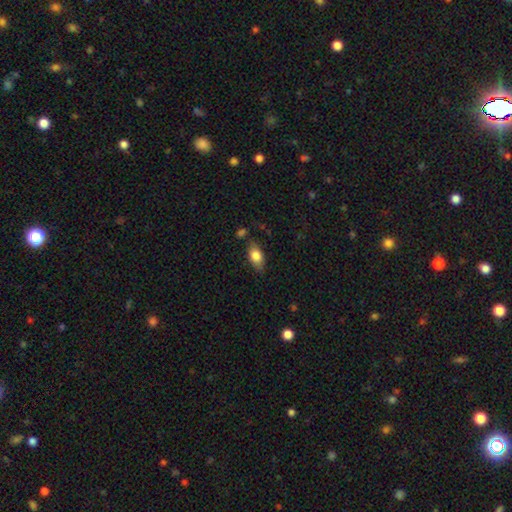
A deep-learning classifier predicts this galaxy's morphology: type=smooth (79%); roundness=in between (89%); merging=none (74%).